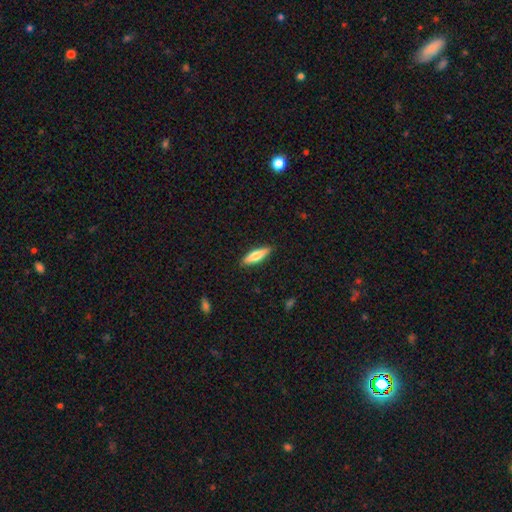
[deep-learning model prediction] This appears to be a smooth galaxy with no disk features (67%) that is cigar-shaped (67%). Merging: none (89%).